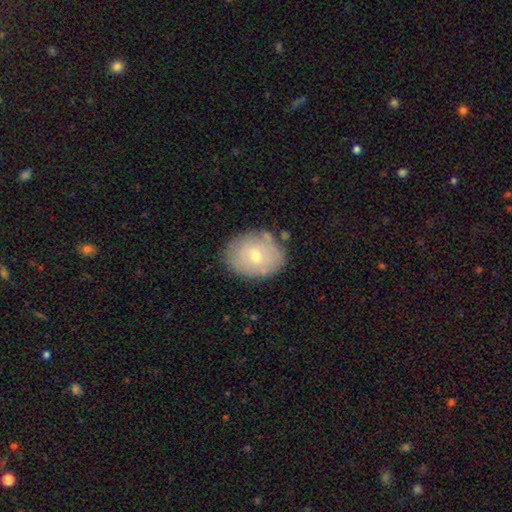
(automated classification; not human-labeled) A smooth galaxy with no disk features (65%) that is in between round and cigar-shaped (52%).

Vote fractions:
- Smooth or featured? smooth: 65% / featured or disk: 27% / star or artifact: 8%
- How rounded? in between: 52% / round: 47% / cigar-shaped: 1%
- Merging? none: 78% / minor disturbance: 15% / merger: 4% / major disturbance: 4%